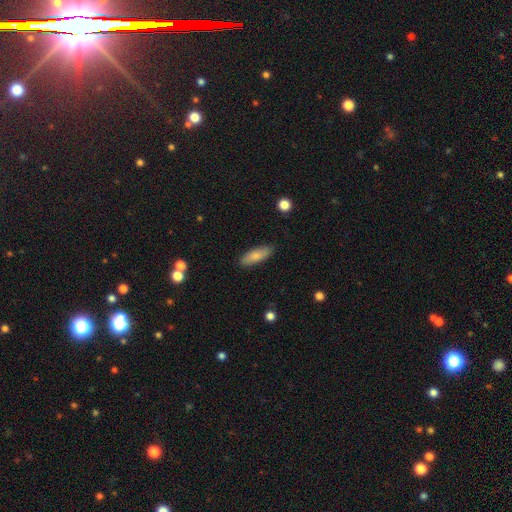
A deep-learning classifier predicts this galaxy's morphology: smooth 80%, featured or disk 14%, star or artifact 6%. Down the decision tree: how rounded — in between (58%); merging — none (87%).